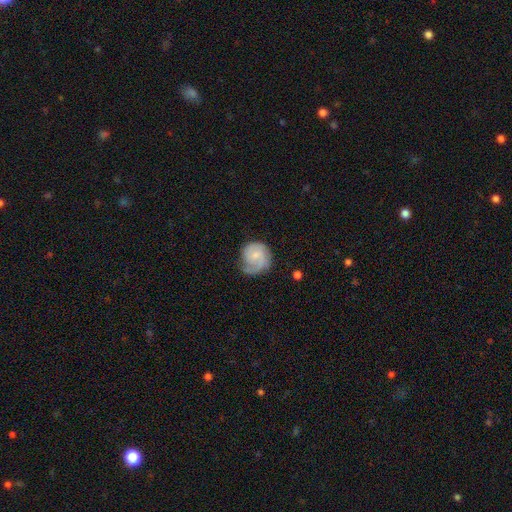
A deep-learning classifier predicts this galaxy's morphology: smooth-or-featured: featured or disk: 57% | smooth: 37% | star or artifact: 6%
  disk-edge-on: no: 98% | yes: 2%
    bar: no: 64% | weak: 32% | strong: 4%
    has-spiral-arms: yes: 89% | no: 11%
    bulge-size: small: 64% | moderate: 22% | none: 11% | large: 2% | dominant: 1%
  merging: none: 53% | minor disturbance: 29% | major disturbance: 16% | merger: 2%